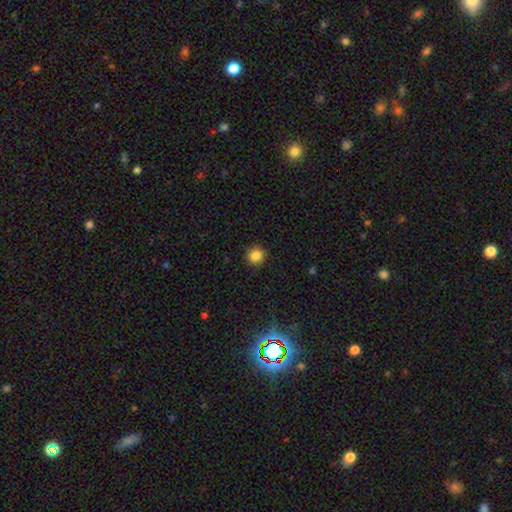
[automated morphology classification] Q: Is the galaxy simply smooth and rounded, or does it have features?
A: smooth — 85%.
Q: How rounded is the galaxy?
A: round — 94%.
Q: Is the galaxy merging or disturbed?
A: none — 91%.